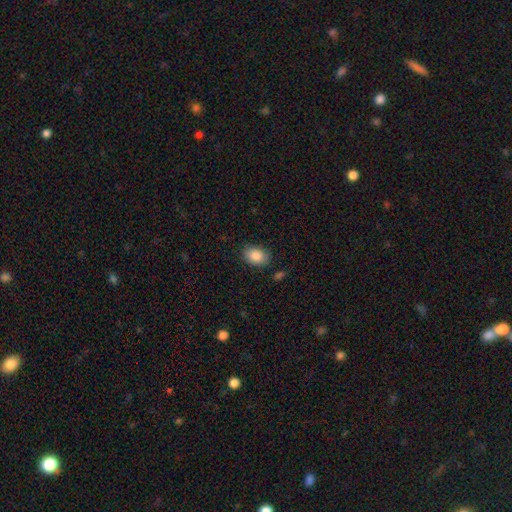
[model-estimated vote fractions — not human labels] This appears to be a smooth galaxy with no disk features (87%) that is in between round and cigar-shaped (76%). Merging: none (82%).